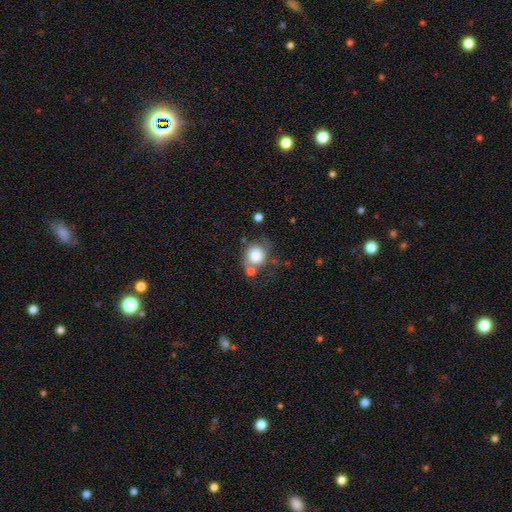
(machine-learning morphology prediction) type=smooth (80%); roundness=round (81%); merging=none (52%).